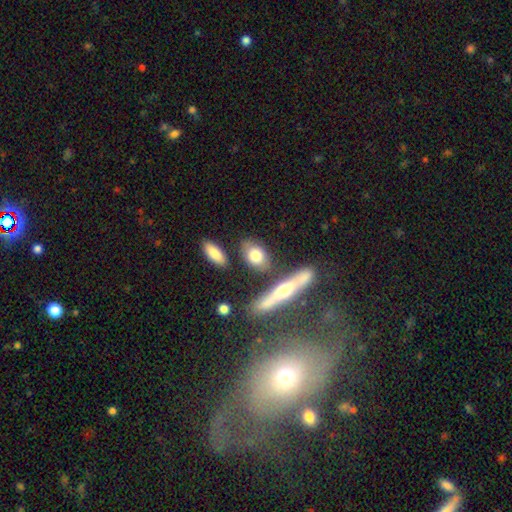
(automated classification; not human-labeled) This is likely a smooth galaxy (72%). How rounded: likely in between (75%). Merging: likely none (72%).